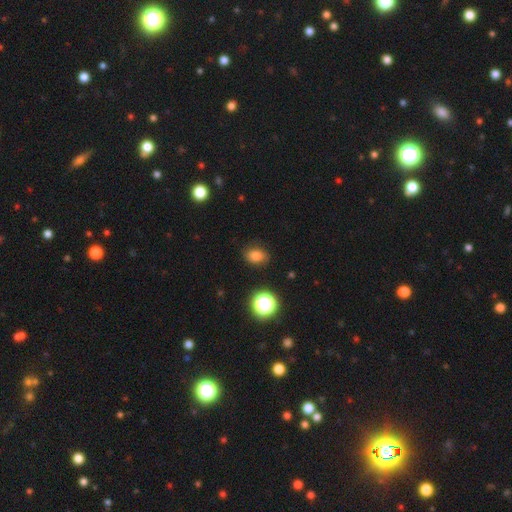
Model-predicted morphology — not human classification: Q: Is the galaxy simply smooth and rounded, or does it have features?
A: smooth — 79%.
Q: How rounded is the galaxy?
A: in between — 65%.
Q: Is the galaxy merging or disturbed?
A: none — 81%.